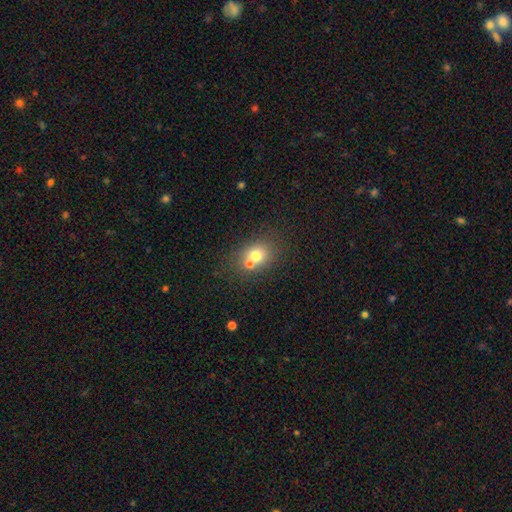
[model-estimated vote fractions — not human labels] A smooth galaxy with no disk features (69%) that is round (64%). Merging: none (50%).